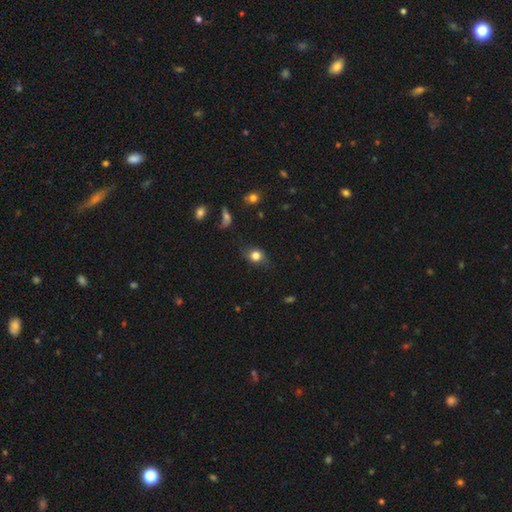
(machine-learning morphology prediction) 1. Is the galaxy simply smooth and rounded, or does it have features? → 78% smooth, 11% star or artifact, 10% featured or disk.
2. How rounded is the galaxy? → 60% round, 38% in between, 2% cigar-shaped.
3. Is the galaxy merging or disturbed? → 72% none, 19% minor disturbance, 7% major disturbance, 2% merger.